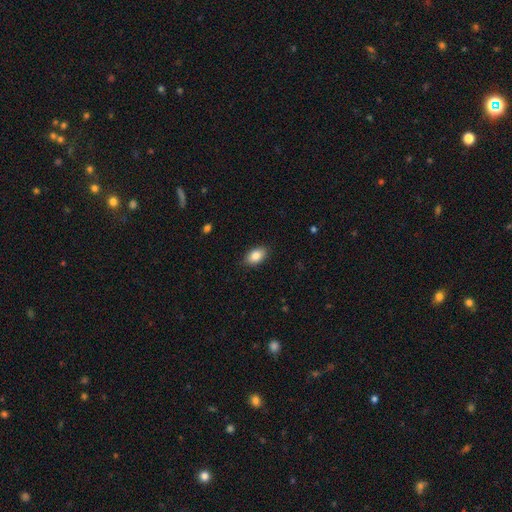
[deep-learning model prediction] smooth_or_featured: smooth (p=0.86) [alt: star or artifact p=0.07]
how_rounded: in between (p=0.90) [alt: round p=0.08]
merging: none (p=0.87) [alt: minor disturbance p=0.10]